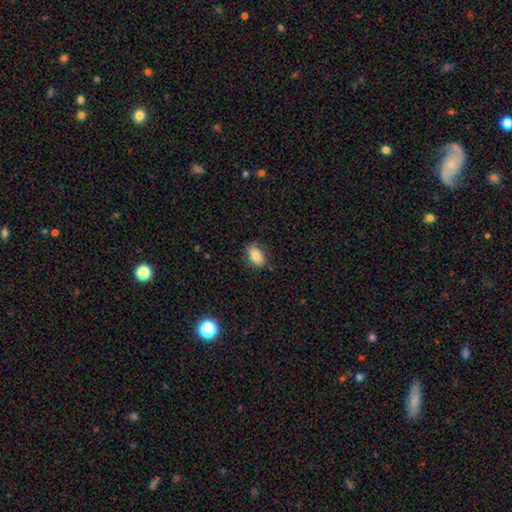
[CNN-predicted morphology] This appears to be a smooth galaxy with no disk features (81%) that is in between round and cigar-shaped (84%). Merging: none (75%).